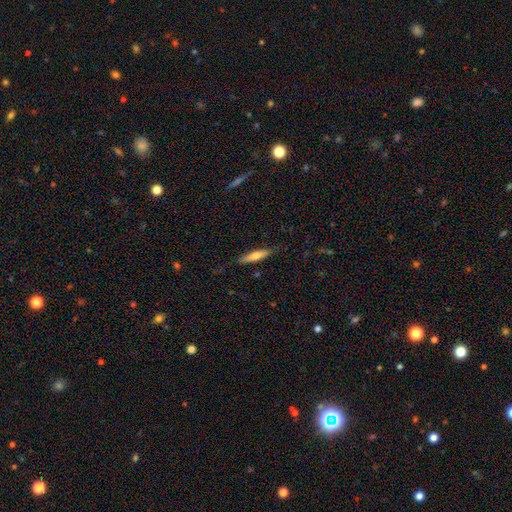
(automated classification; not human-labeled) Smooth or featured? smooth (66%)
How rounded? cigar-shaped (84%)
Merging? none (84%)